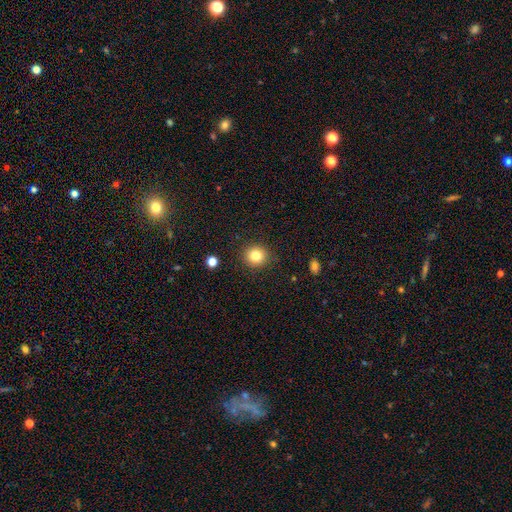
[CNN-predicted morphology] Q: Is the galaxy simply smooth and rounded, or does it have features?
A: smooth — 81%.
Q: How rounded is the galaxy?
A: round — 91%.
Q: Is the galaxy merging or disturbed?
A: none — 89%.